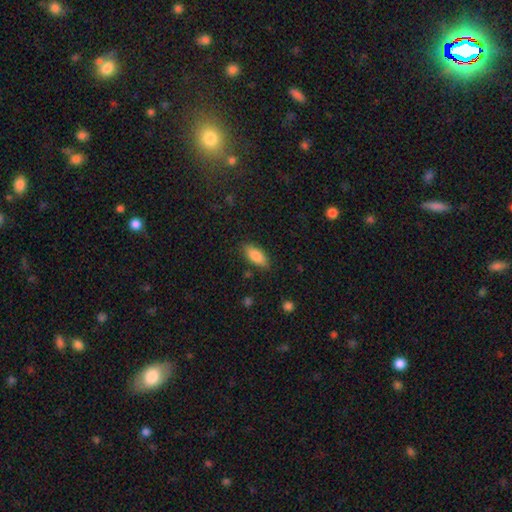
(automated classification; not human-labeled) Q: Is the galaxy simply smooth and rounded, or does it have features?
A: smooth — 84%.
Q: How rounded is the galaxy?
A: in between — 82%.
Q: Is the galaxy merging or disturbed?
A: none — 84%.